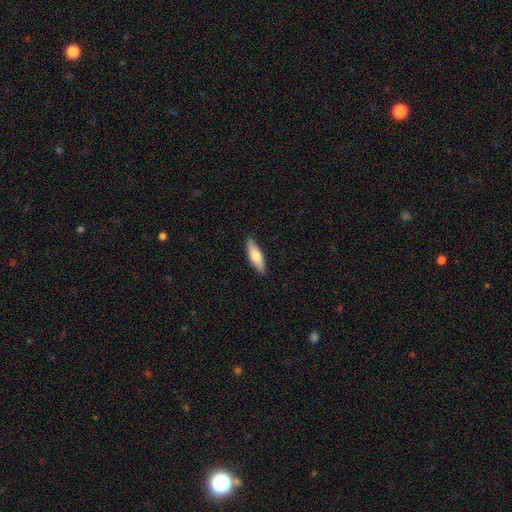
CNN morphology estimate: Smooth or featured?
  - smooth: 71% *
  - featured or disk: 23%
  - star or artifact: 5%
How rounded?
  - in between: 51% *
  - cigar-shaped: 47%
  - round: 2%
Merging?
  - none: 87% *
  - minor disturbance: 10%
  - major disturbance: 2%
  - merger: 1%